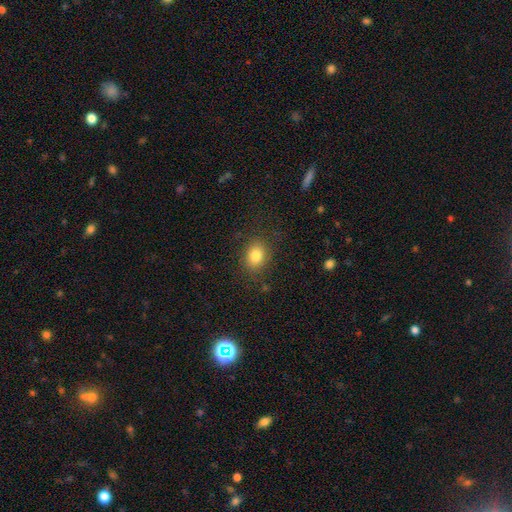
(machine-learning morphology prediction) Q: Smooth or featured?
A: smooth (82%); runner-up: star or artifact (10%)
Q: How rounded?
A: in between (57%); runner-up: round (42%)
Q: Merging?
A: none (82%); runner-up: minor disturbance (12%)